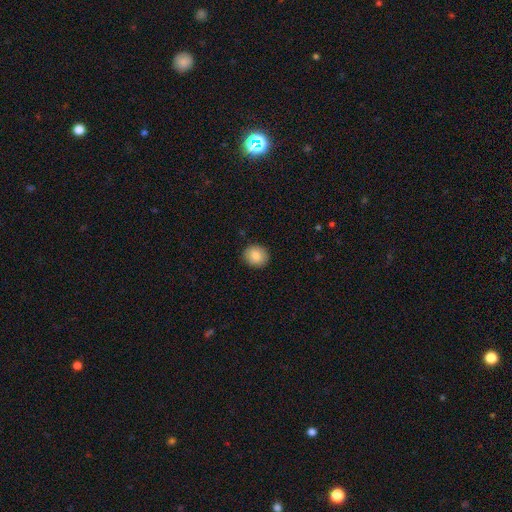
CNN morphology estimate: smooth-or-featured: smooth: 85% | star or artifact: 8% | featured or disk: 7%
  how-rounded: round: 77% | in between: 22% | cigar-shaped: 1%
  merging: none: 90% | minor disturbance: 7% | major disturbance: 2% | merger: 1%